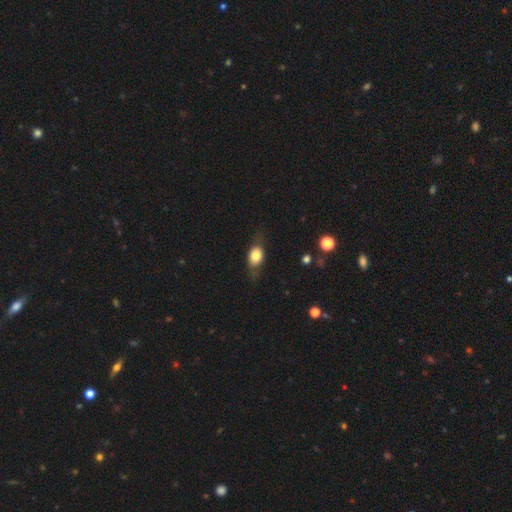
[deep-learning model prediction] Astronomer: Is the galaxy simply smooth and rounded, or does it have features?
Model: smooth — 67%.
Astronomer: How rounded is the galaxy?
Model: in between — 68%.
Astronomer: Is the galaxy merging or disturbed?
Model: none — 70%.